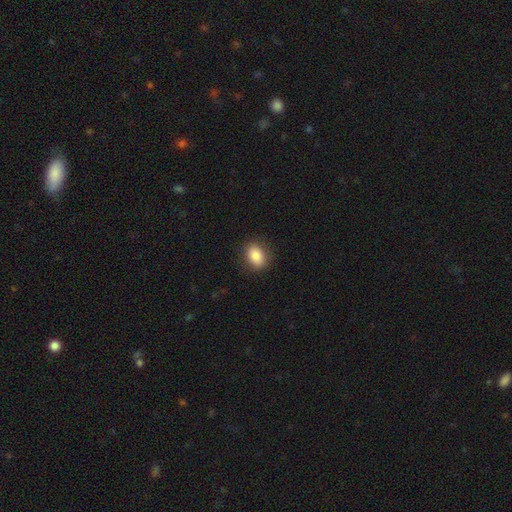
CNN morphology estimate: Smooth or featured? smooth (87%)
How rounded? in between (76%)
Merging? none (86%)